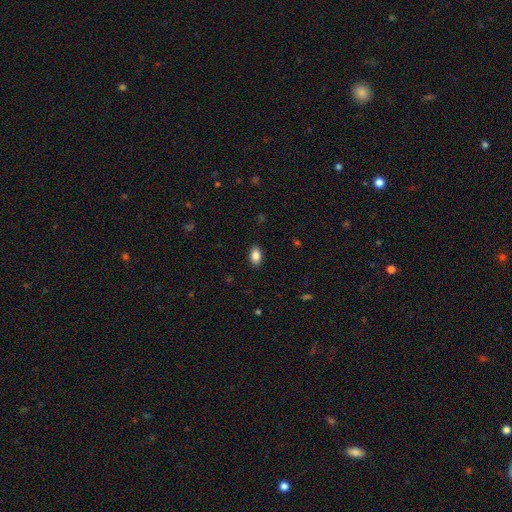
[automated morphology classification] smooth-or-featured: smooth: 87% | star or artifact: 8% | featured or disk: 5%
  how-rounded: in between: 91% | round: 7% | cigar-shaped: 2%
  merging: none: 89% | minor disturbance: 8% | major disturbance: 2% | merger: 1%